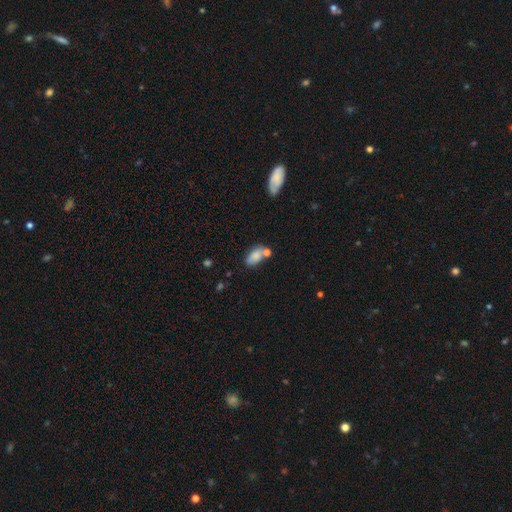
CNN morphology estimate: smooth-or-featured: smooth: 80% | featured or disk: 11% | star or artifact: 9%
  how-rounded: in between: 91% | round: 5% | cigar-shaped: 4%
  merging: none: 53% | merger: 24% | minor disturbance: 17% | major disturbance: 6%